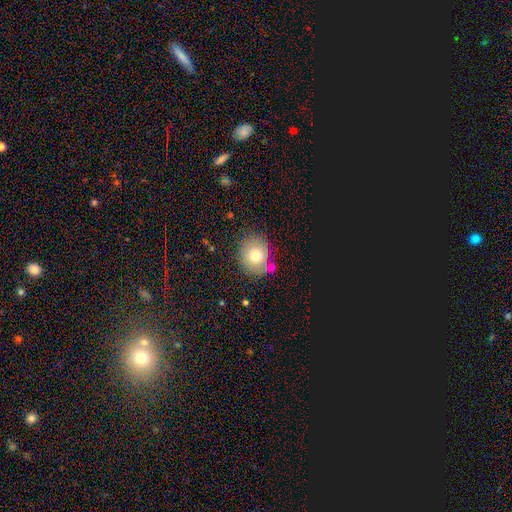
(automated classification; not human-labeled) Smooth or featured? Predicted: smooth (p=0.72). How rounded? Predicted: round (p=0.79). Merging? Predicted: none (p=0.71).